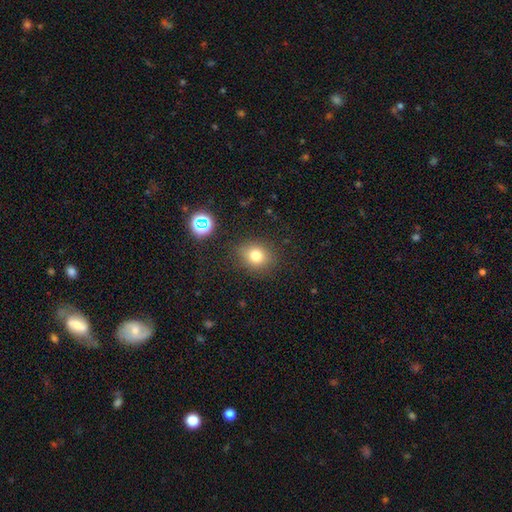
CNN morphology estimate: smooth_or_featured: smooth (p=0.77) [alt: star or artifact p=0.14]
how_rounded: round (p=0.66) [alt: in between p=0.33]
merging: none (p=0.84) [alt: minor disturbance p=0.10]